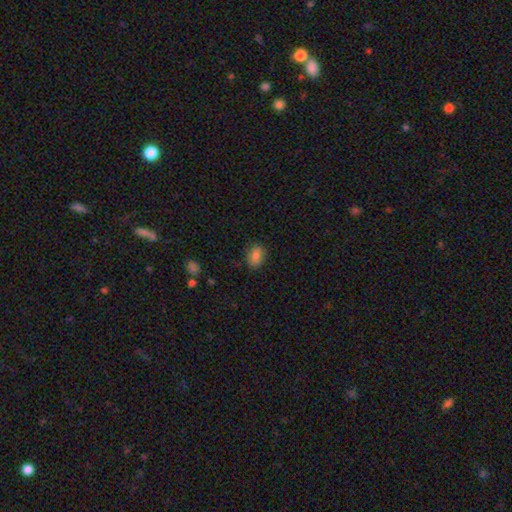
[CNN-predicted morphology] The model was most divided on "how rounded": in between: 69%, round: 30%, cigar-shaped: 1%. More confident: smooth or featured — smooth (85%); merging — none (83%).